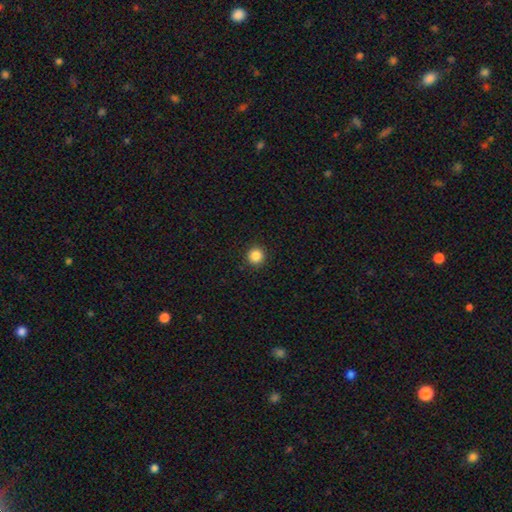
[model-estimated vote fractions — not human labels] Q: Smooth or featured?
A: smooth (86%); runner-up: star or artifact (11%)
Q: How rounded?
A: round (95%); runner-up: in between (4%)
Q: Merging?
A: none (93%); runner-up: minor disturbance (4%)